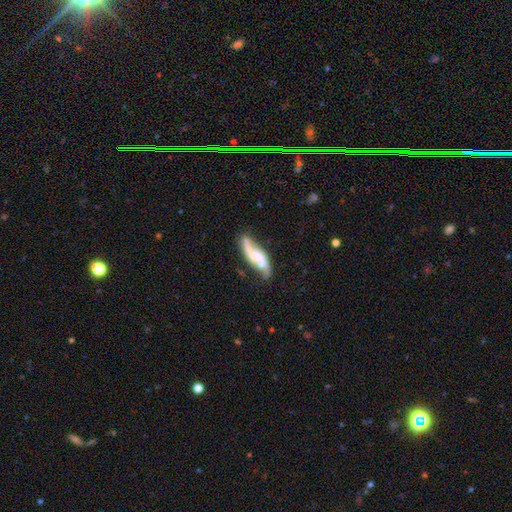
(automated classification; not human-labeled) Smooth or featured? Predicted: featured or disk (p=0.69). Edge-on disk? Predicted: no (p=0.87). Bar? Predicted: no (p=0.49). Spiral arms? Predicted: yes (p=0.84). Spiral winding? Predicted: loose (p=0.78). Spiral arm count? Predicted: 2 (p=0.84). Bulge size? Predicted: moderate (p=0.31). Merging? Predicted: none (p=0.43).